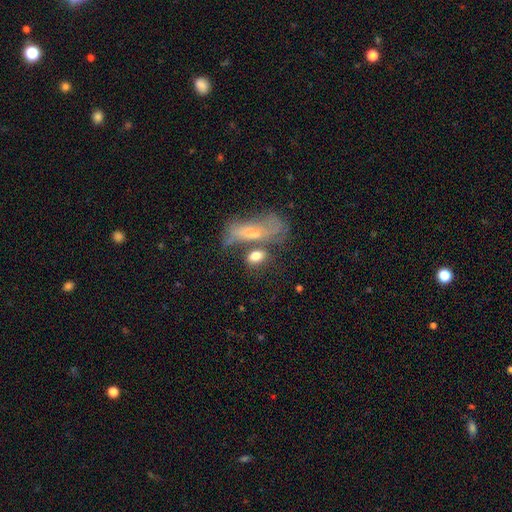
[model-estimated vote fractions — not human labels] smooth-or-featured: smooth: 76% | featured or disk: 16% | star or artifact: 8%
  how-rounded: in between: 76% | round: 14% | cigar-shaped: 10%
  merging: none: 43% | merger: 30% | minor disturbance: 16% | major disturbance: 11%